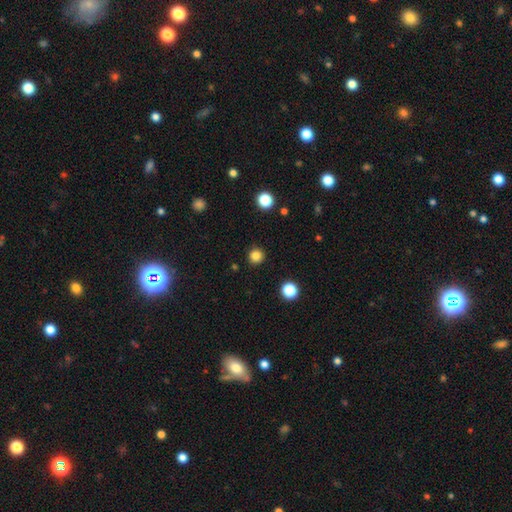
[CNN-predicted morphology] Smooth or featured: smooth — 83% (star or artifact — 13%)
How rounded: round — 94% (in between — 5%)
Merging: none — 92% (minor disturbance — 5%)